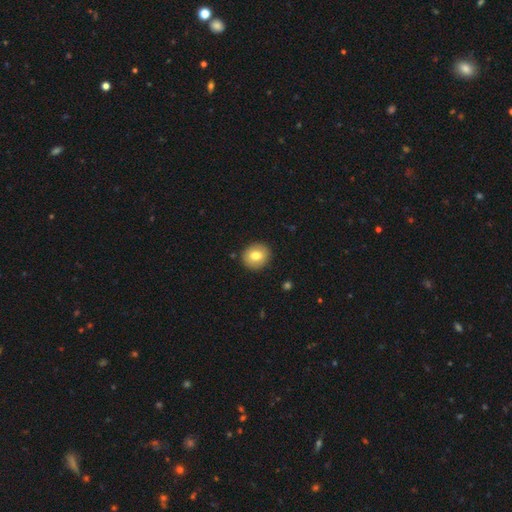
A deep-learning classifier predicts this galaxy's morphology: A smooth galaxy with no disk features (78%) that is round (85%). Merging: none (91%).